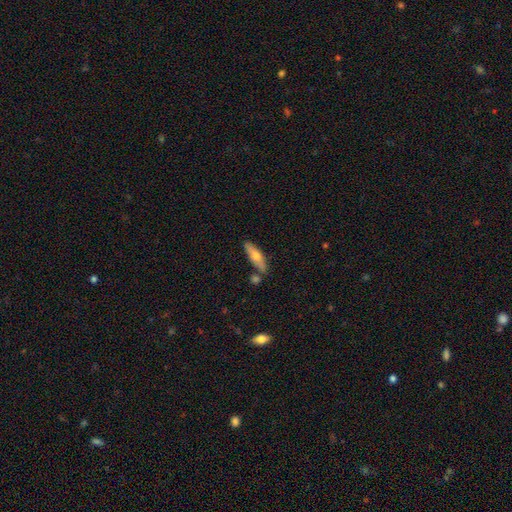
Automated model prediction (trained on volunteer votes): The model was most divided on "smooth or featured": smooth: 59%, featured or disk: 35%, star or artifact: 6%. More confident: merging — none (75%); how rounded — cigar-shaped (61%).